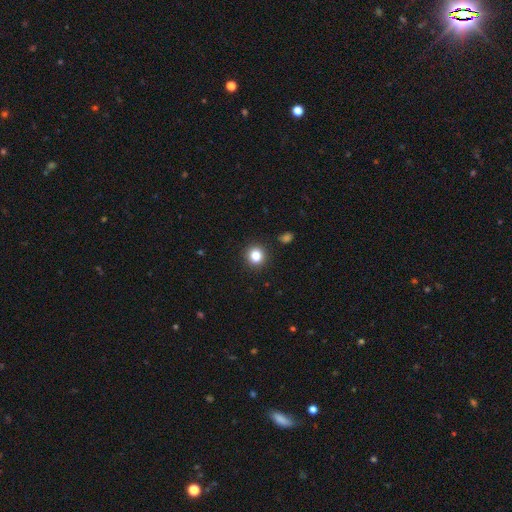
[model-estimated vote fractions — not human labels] A smooth galaxy with no disk features (84%) that is round (88%). Merging: none (90%).